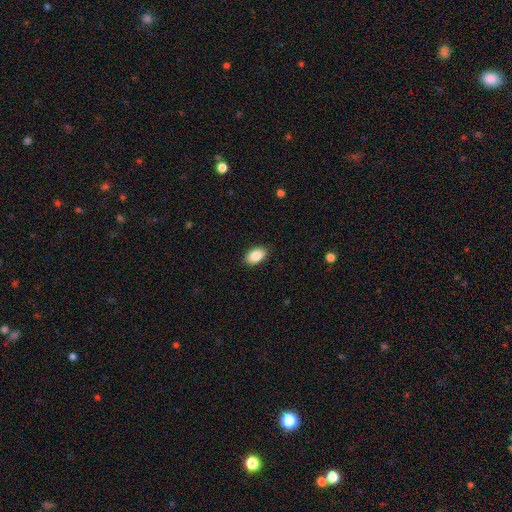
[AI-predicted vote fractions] Smooth or featured? Predicted: smooth (p=0.87). How rounded? Predicted: in between (p=0.92). Merging? Predicted: none (p=0.89).